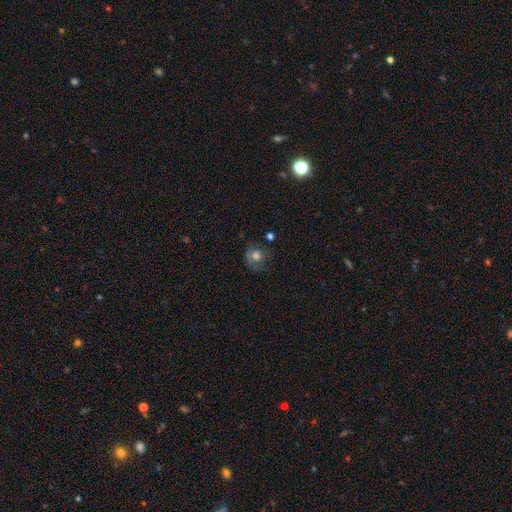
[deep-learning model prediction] Smooth or featured? smooth (66%)
How rounded? round (79%)
Merging? none (56%)